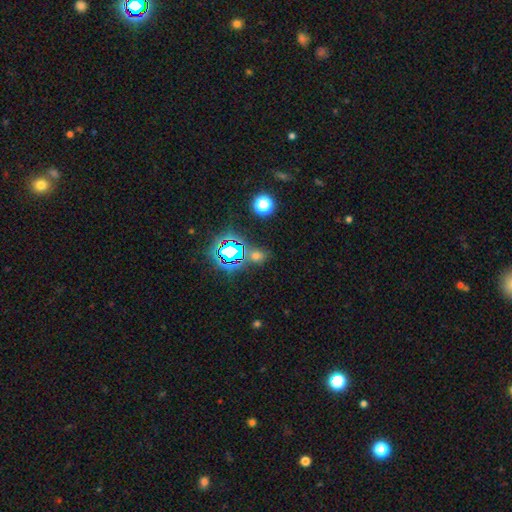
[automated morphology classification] Overall: star or artifact (46%; smooth 45%).